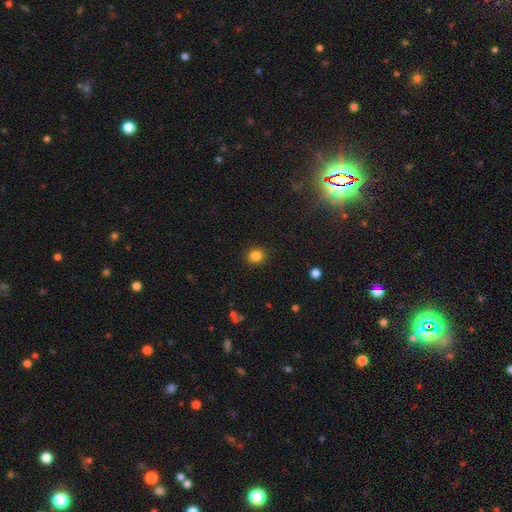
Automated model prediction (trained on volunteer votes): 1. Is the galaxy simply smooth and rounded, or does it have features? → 84% smooth, 12% star or artifact, 4% featured or disk.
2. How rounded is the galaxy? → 83% round, 16% in between, 1% cigar-shaped.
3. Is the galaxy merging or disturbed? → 90% none, 6% minor disturbance, 2% major disturbance, 1% merger.